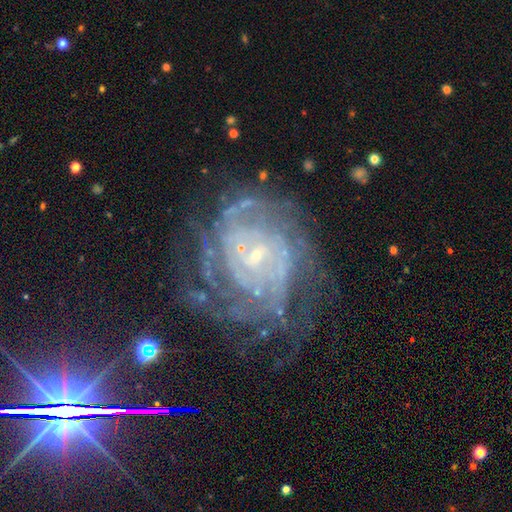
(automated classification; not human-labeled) A featured or disk galaxy (85%) with no bar (59%), tight (71%) spiral arms (93%) and a small central bulge (80%).

Vote fractions:
- Smooth or featured? featured or disk: 85% / star or artifact: 9% / smooth: 6%
- Edge-on disk? no: 97% / yes: 3%
- Bar? no: 59% / weak: 31% / strong: 9%
- Spiral arms? yes: 93% / no: 7%
- Spiral winding? tight: 71% / medium: 23% / loose: 6%
- Spiral arm count? can't tell: 40% / 4: 15% / more than 4: 14% / 2: 13% / 3: 12% / 1: 7%
- Bulge size? small: 80% / moderate: 14% / none: 4% / large: 1% / dominant: 1%
- Merging? none: 64% / minor disturbance: 19% / major disturbance: 15% / merger: 3%